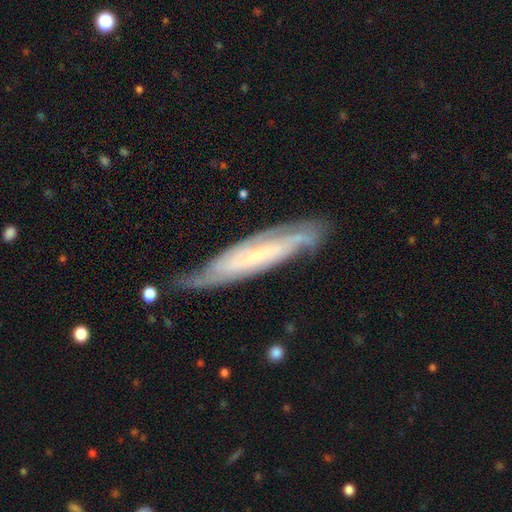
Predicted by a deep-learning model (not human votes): smooth-or-featured: featured or disk: 81% | smooth: 13% | star or artifact: 6%
  disk-edge-on: no: 69% | yes: 31%
    bar: no: 47% | weak: 32% | strong: 20%
    has-spiral-arms: yes: 95% | no: 5%
      spiral-winding: tight: 59% | medium: 33% | loose: 8%
      spiral-arm-count: 2: 42% | can't tell: 32% | 3: 12% | 4: 6% | 1: 4% | more than 4: 4%
    bulge-size: small: 76% | moderate: 14% | none: 8% | large: 2% | dominant: 1%
  merging: none: 71% | minor disturbance: 20% | major disturbance: 6% | merger: 2%